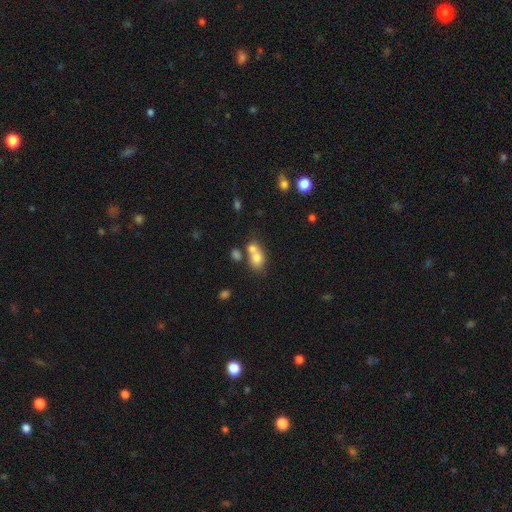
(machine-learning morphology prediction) smooth-or-featured: smooth: 74% | featured or disk: 14% | star or artifact: 12%
  how-rounded: in between: 50% | round: 48% | cigar-shaped: 2%
  merging: merger: 54% | none: 33% | minor disturbance: 9% | major disturbance: 5%